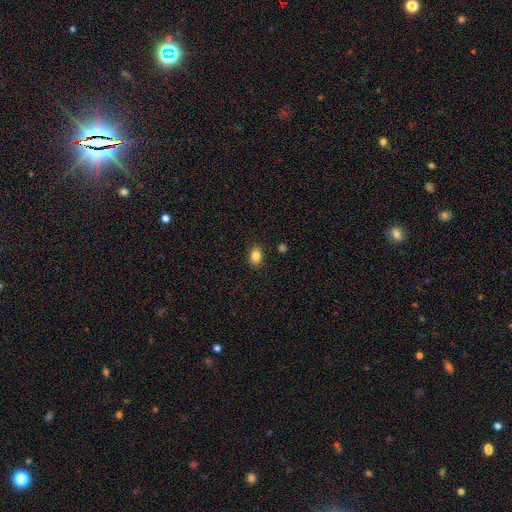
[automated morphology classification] Smooth or featured?
  - smooth: 84% *
  - star or artifact: 10%
  - featured or disk: 6%
How rounded?
  - in between: 54% *
  - round: 45%
  - cigar-shaped: 1%
Merging?
  - none: 88% *
  - minor disturbance: 9%
  - major disturbance: 2%
  - merger: 2%